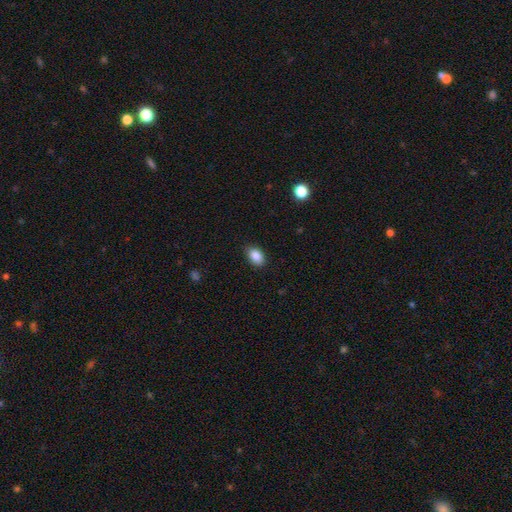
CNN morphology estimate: type=smooth (88%); roundness=in between (87%); merging=none (87%).